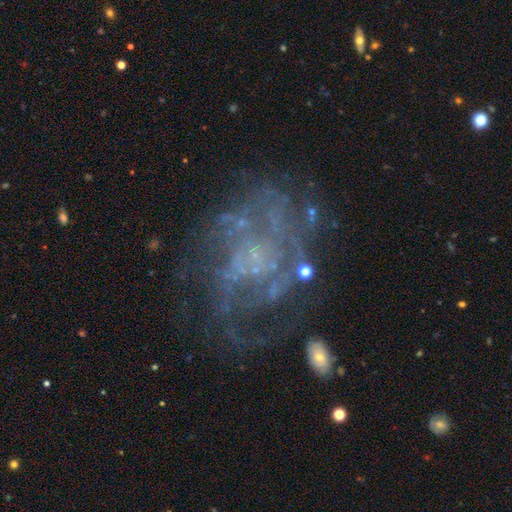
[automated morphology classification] A featured or disk galaxy (75%) with no bar (78%), medium (37%) spiral arms (69%) and no central bulge (59%). Merging: none (52%).